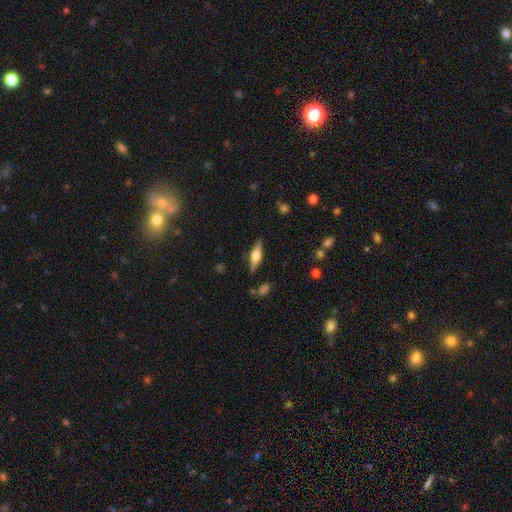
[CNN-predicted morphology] smooth_or_featured: featured or disk (p=0.59) [alt: smooth p=0.34]
disk_edge_on: yes (p=0.96) [alt: no p=0.04]
edge_on_bulge: rounded (p=0.84) [alt: boxy p=0.14]
merging: none (p=0.85) [alt: minor disturbance p=0.10]